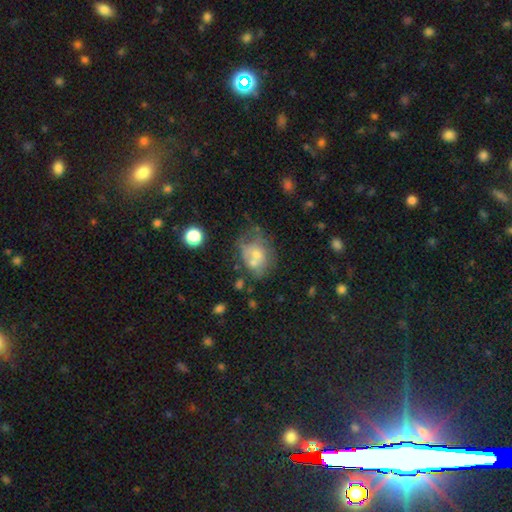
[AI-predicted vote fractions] smooth-or-featured: smooth: 51% | featured or disk: 38% | star or artifact: 11%
  how-rounded: in between: 55% | round: 44% | cigar-shaped: 1%
  merging: merger: 34% | none: 26% | major disturbance: 20% | minor disturbance: 19%